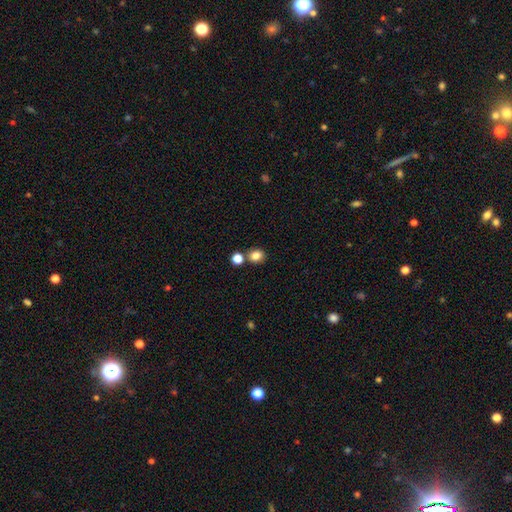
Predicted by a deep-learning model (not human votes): The model was most divided on "how rounded": round: 71%, in between: 28%, cigar-shaped: 1%. More confident: smooth or featured — smooth (82%); merging — none (72%).